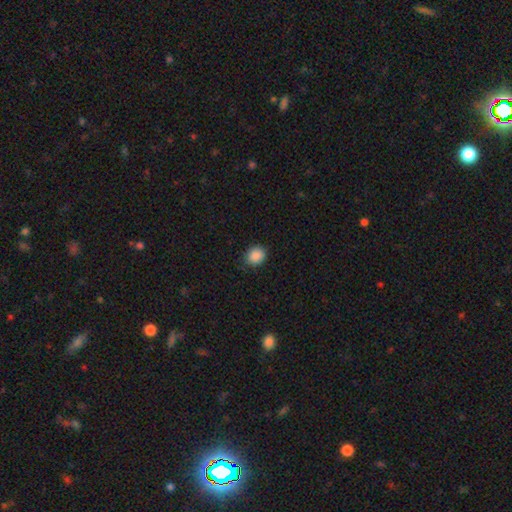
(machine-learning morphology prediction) smooth-or-featured: smooth: 89% | star or artifact: 9% | featured or disk: 3%
  how-rounded: round: 70% | in between: 29% | cigar-shaped: 1%
  merging: none: 85% | minor disturbance: 12% | major disturbance: 2% | merger: 1%